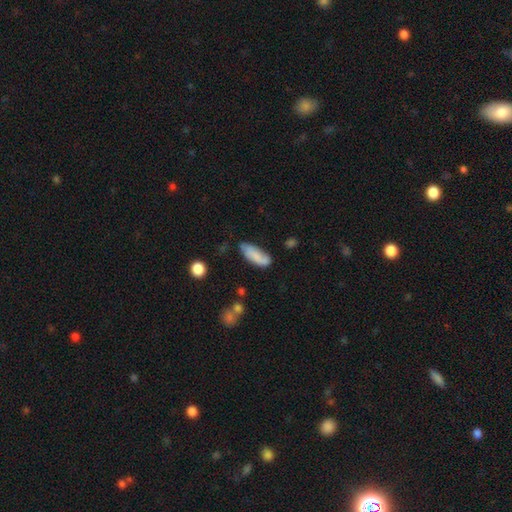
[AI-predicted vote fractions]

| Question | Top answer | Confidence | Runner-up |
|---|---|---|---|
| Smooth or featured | smooth | 75% | featured or disk (18%) |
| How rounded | in between | 71% | cigar-shaped (27%) |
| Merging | none | 59% | minor disturbance (27%) |